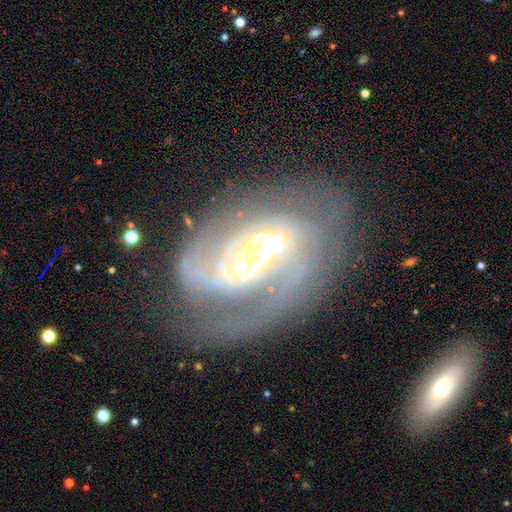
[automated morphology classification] Q: Smooth or featured?
A: featured or disk (88%); runner-up: smooth (6%)
Q: Edge-on disk?
A: no (96%); runner-up: yes (4%)
Q: Bar?
A: weak (39%); runner-up: strong (36%)
Q: Spiral arms?
A: yes (96%); runner-up: no (4%)
Q: Spiral winding?
A: tight (60%); runner-up: medium (32%)
Q: Spiral arm count?
A: 2 (42%); runner-up: 3 (20%)
Q: Bulge size?
A: moderate (51%); runner-up: small (31%)
Q: Merging?
A: none (67%); runner-up: minor disturbance (18%)